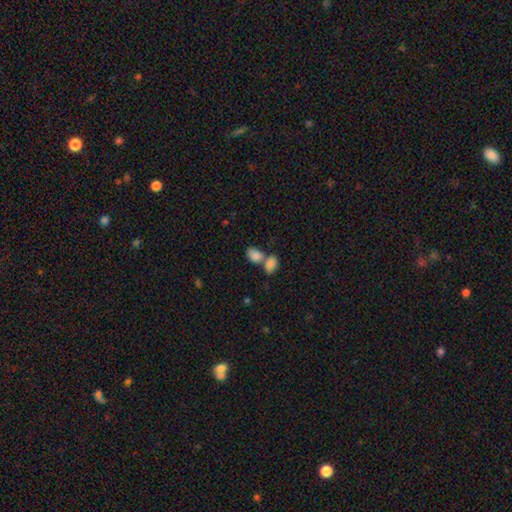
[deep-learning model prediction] Smooth or featured?
  - smooth: 84% *
  - star or artifact: 8%
  - featured or disk: 8%
How rounded?
  - in between: 83% *
  - round: 15%
  - cigar-shaped: 2%
Merging?
  - merger: 61% *
  - none: 26%
  - minor disturbance: 8%
  - major disturbance: 4%